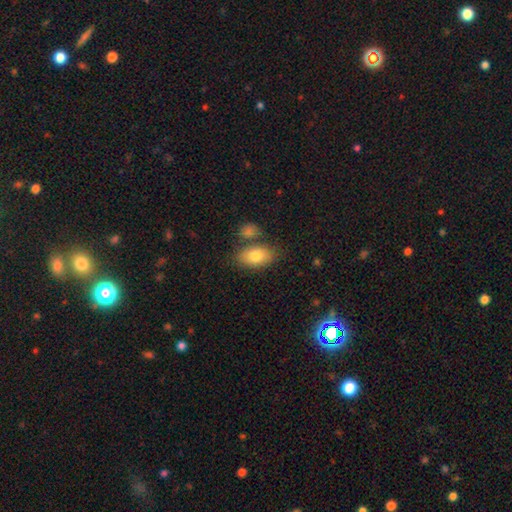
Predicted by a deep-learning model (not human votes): A smooth galaxy with no disk features (79%) that is in between round and cigar-shaped (91%).

Vote fractions:
- Smooth or featured? smooth: 79% / featured or disk: 14% / star or artifact: 7%
- How rounded? in between: 91% / round: 8% / cigar-shaped: 2%
- Merging? none: 67% / merger: 16% / minor disturbance: 13% / major disturbance: 4%